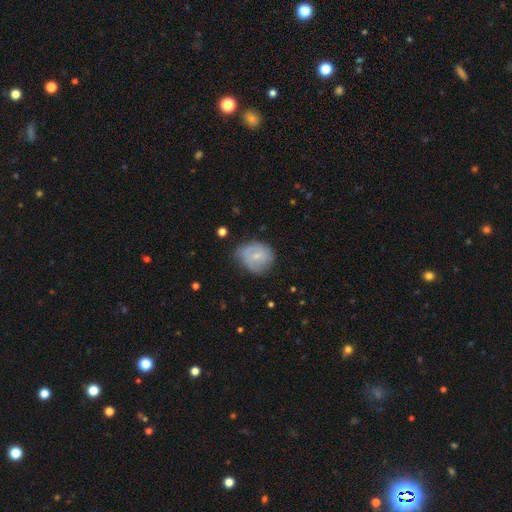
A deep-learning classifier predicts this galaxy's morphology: Overall: smooth (51%; featured or disk 42%). How rounded: round (61%; in between 38%). Merging: none (60%; minor disturbance 29%).